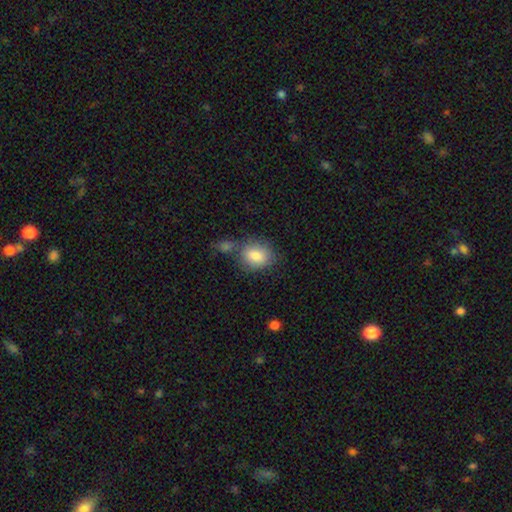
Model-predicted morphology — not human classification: type=smooth (83%); roundness=in between (58%); merging=none (59%).